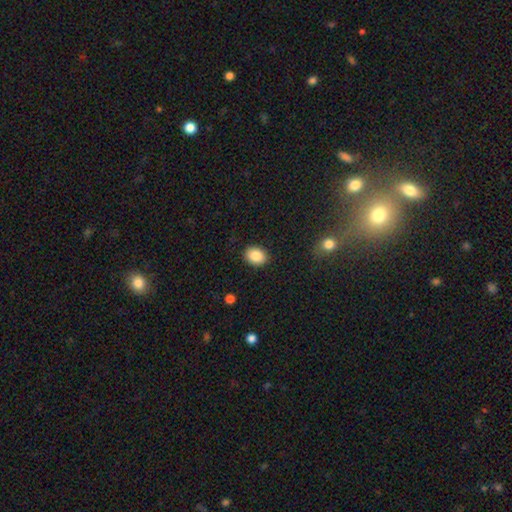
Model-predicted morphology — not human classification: Smooth or featured: smooth — 86% (star or artifact — 8%)
How rounded: in between — 52% (round — 47%)
Merging: none — 89% (minor disturbance — 8%)